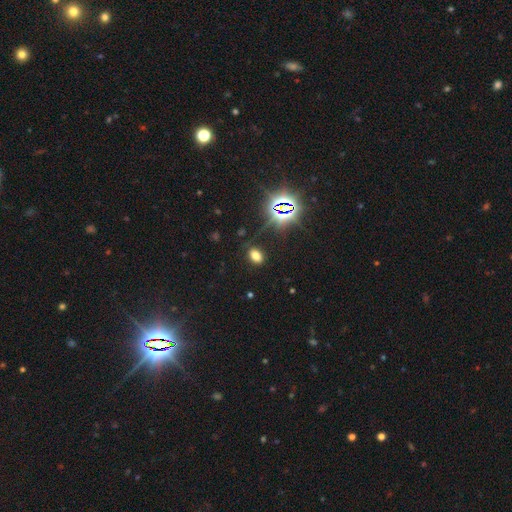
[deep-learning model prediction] smooth-or-featured: smooth: 64% | star or artifact: 29% | featured or disk: 7%
  how-rounded: in between: 84% | round: 14% | cigar-shaped: 2%
  merging: none: 83% | minor disturbance: 11% | major disturbance: 4% | merger: 2%